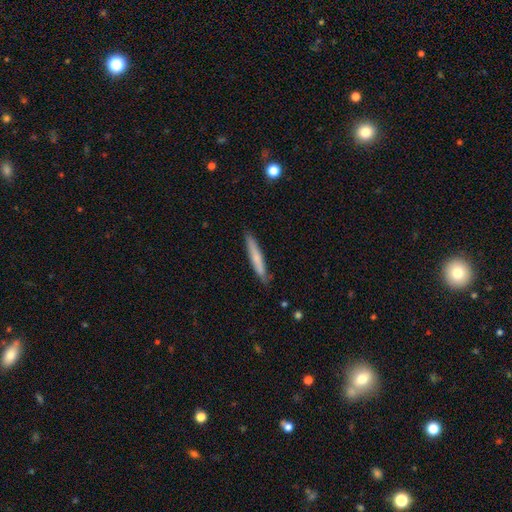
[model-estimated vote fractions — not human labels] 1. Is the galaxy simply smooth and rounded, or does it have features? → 70% smooth, 24% featured or disk, 6% star or artifact.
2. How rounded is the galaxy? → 94% cigar-shaped, 4% in between, 1% round.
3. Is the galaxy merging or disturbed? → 85% none, 12% minor disturbance, 2% major disturbance, 1% merger.